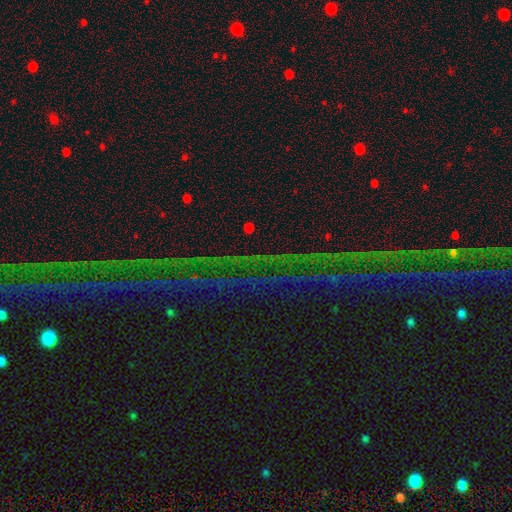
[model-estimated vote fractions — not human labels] Q: Smooth or featured?
A: star or artifact (79%); runner-up: featured or disk (11%)